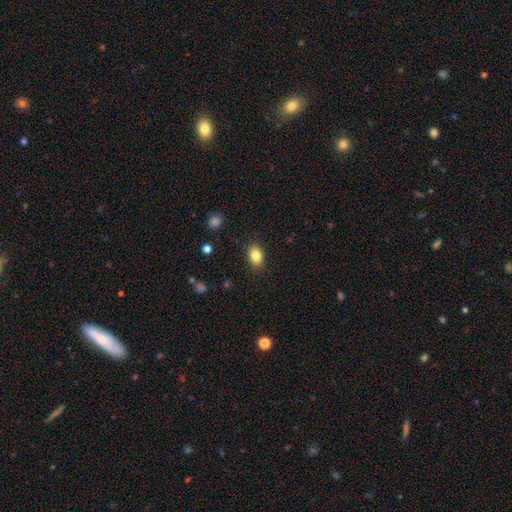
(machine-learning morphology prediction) Smooth or featured? Predicted: smooth (p=0.83). How rounded? Predicted: in between (p=0.81). Merging? Predicted: none (p=0.87).